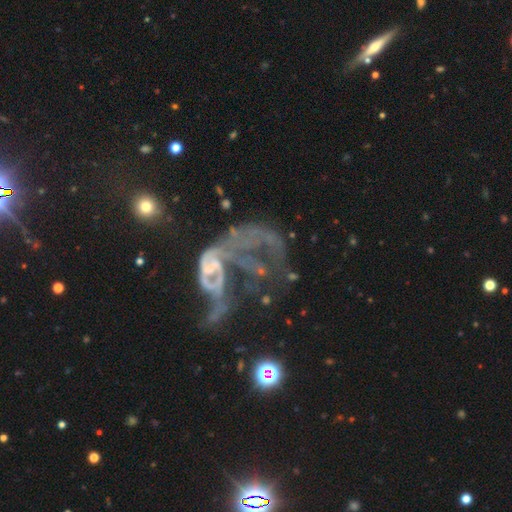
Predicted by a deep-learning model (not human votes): Smooth or featured? Predicted: featured or disk (p=0.60). Edge-on disk? Predicted: no (p=0.95). Bar? Predicted: no (p=0.74). Spiral arms? Predicted: no (p=0.54). Bulge size? Predicted: none (p=0.48). Merging? Predicted: major disturbance (p=0.52).